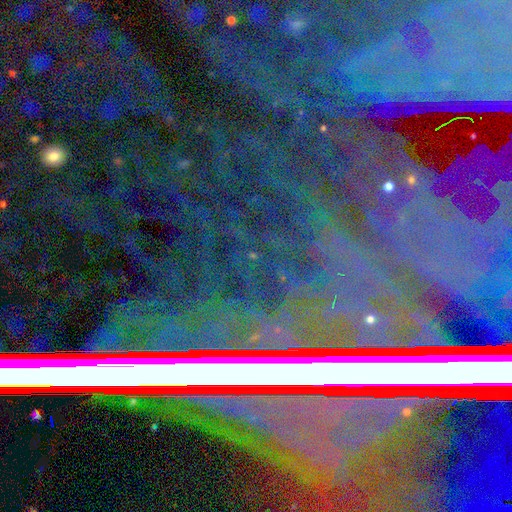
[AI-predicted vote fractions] Smooth or featured? star or artifact (77%)